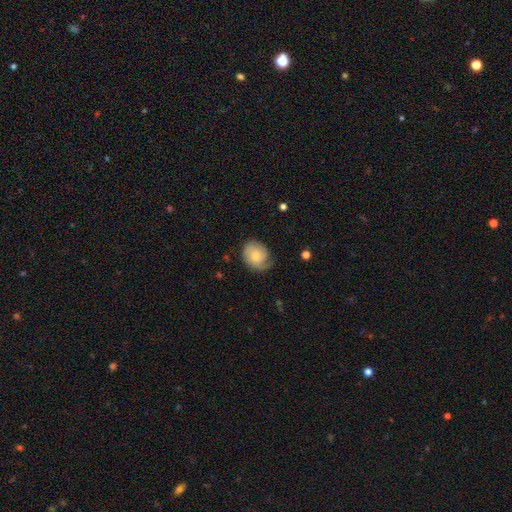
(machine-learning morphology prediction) Smooth or featured?
  - smooth: 54% *
  - featured or disk: 39%
  - star or artifact: 7%
How rounded?
  - round: 62% *
  - in between: 37%
  - cigar-shaped: 1%
Merging?
  - none: 60% *
  - minor disturbance: 28%
  - major disturbance: 10%
  - merger: 1%